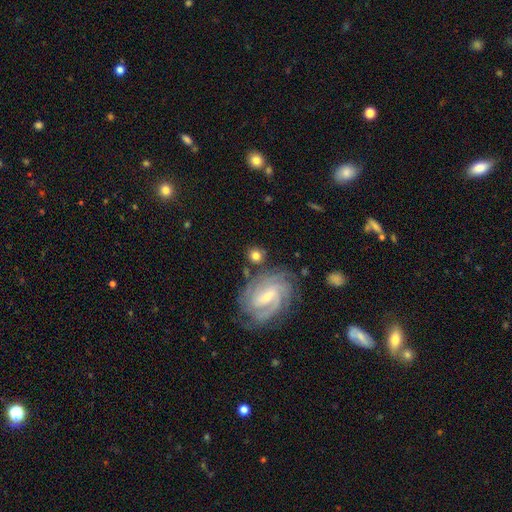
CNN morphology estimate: smooth-or-featured: featured or disk: 46% | smooth: 45% | star or artifact: 9%
  merging: none: 74% | minor disturbance: 12% | merger: 9% | major disturbance: 5%